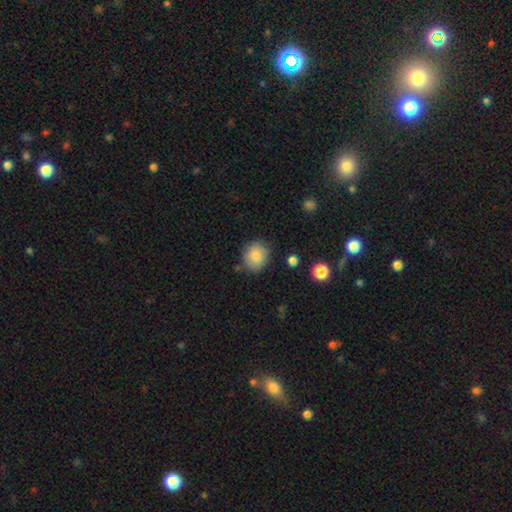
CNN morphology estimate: smooth-or-featured: smooth: 85% | star or artifact: 8% | featured or disk: 7%
  how-rounded: round: 71% | in between: 28% | cigar-shaped: 1%
  merging: none: 79% | minor disturbance: 15% | major disturbance: 3% | merger: 3%